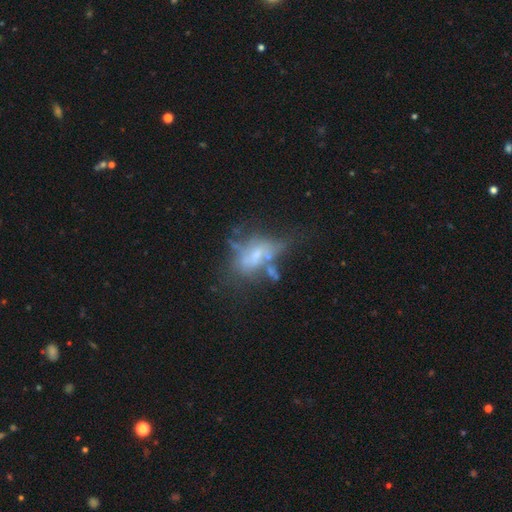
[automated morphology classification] Overall: featured or disk (55%; smooth 30%). Edge-on disk: no (82%). Merging: major disturbance (31%; none 28%).